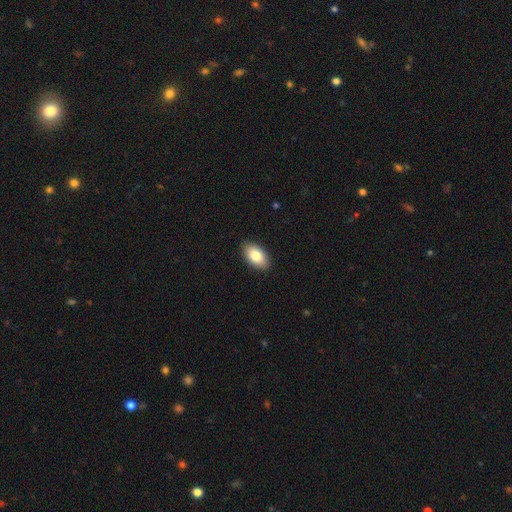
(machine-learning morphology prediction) smooth 82%, featured or disk 11%, star or artifact 7%. Down the decision tree: how rounded — in between (94%); merging — none (89%).